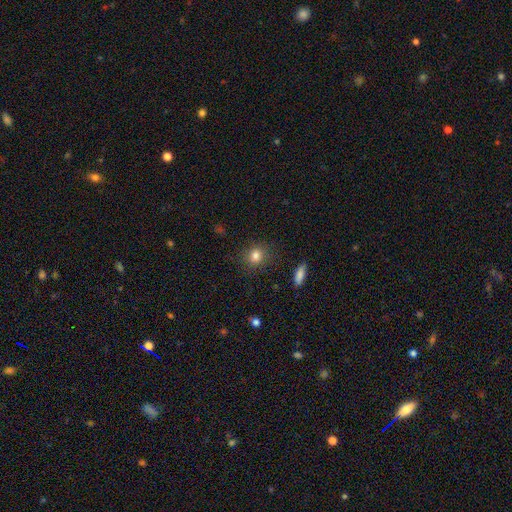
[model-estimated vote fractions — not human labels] A smooth galaxy with no disk features (82%) that is round (80%).

Vote fractions:
- Smooth or featured? smooth: 82% / star or artifact: 11% / featured or disk: 7%
- How rounded? round: 80% / in between: 19% / cigar-shaped: 1%
- Merging? none: 87% / minor disturbance: 9% / major disturbance: 3% / merger: 1%